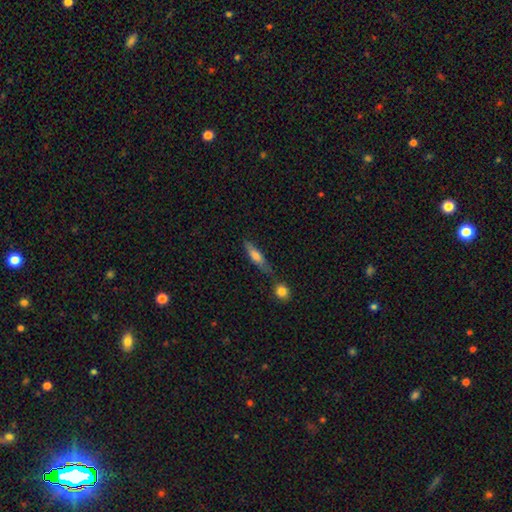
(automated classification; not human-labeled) This is likely a smooth galaxy (66%). How rounded: likely cigar-shaped (69%). Merging: possibly none (60%).